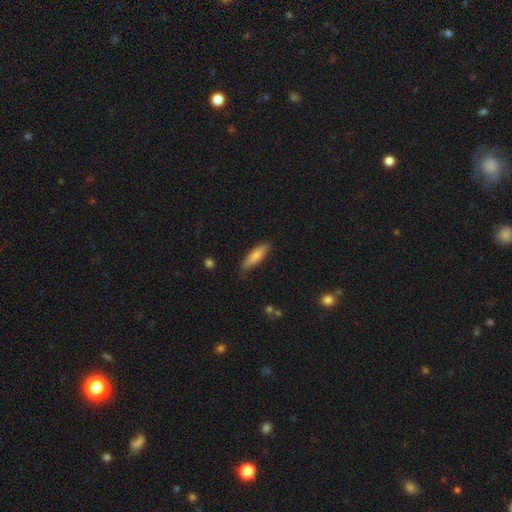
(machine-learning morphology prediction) This is likely a smooth galaxy (80%). How rounded: possibly cigar-shaped (56%). Merging: likely none (78%).